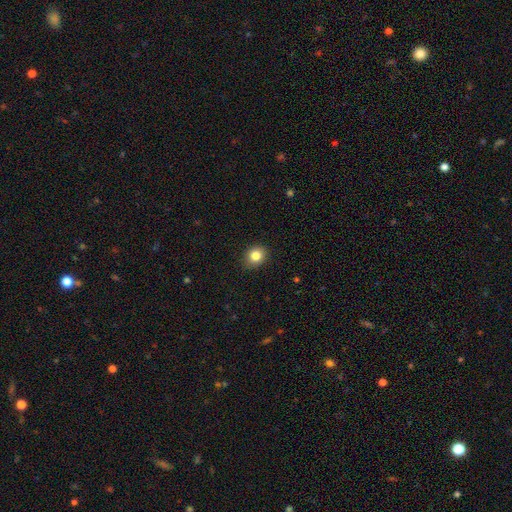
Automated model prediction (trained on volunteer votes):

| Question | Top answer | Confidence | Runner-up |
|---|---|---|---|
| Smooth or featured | smooth | 84% | star or artifact (10%) |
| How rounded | round | 65% | in between (34%) |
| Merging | none | 87% | minor disturbance (10%) |